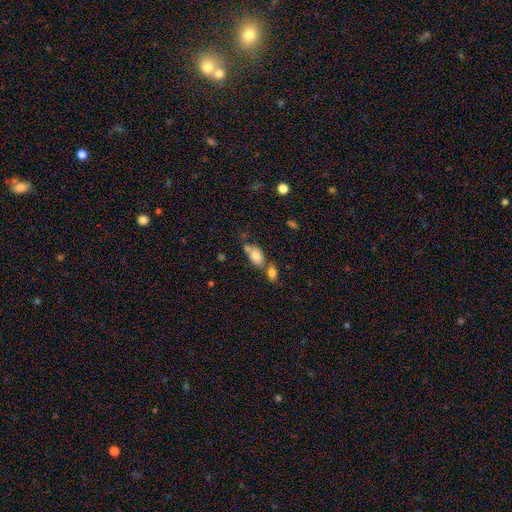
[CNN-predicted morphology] A smooth galaxy with no disk features (76%) that is in between round and cigar-shaped (87%).

Vote fractions:
- Smooth or featured? smooth: 76% / featured or disk: 15% / star or artifact: 8%
- How rounded? in between: 87% / round: 9% / cigar-shaped: 3%
- Merging? merger: 41% / none: 39% / minor disturbance: 14% / major disturbance: 5%